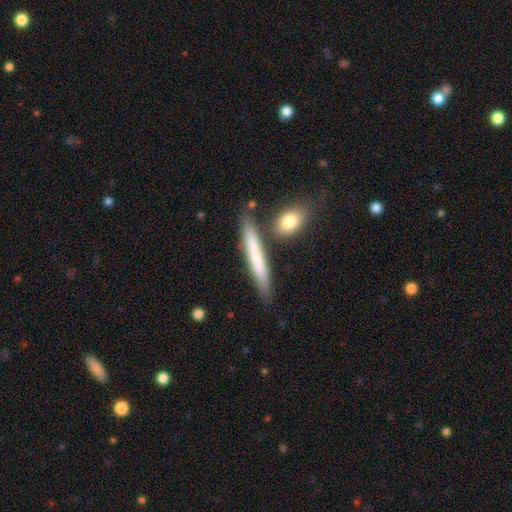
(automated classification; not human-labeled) smooth-or-featured: smooth: 66% | featured or disk: 28% | star or artifact: 6%
  how-rounded: cigar-shaped: 93% | in between: 5% | round: 2%
  merging: none: 79% | minor disturbance: 11% | merger: 7% | major disturbance: 3%